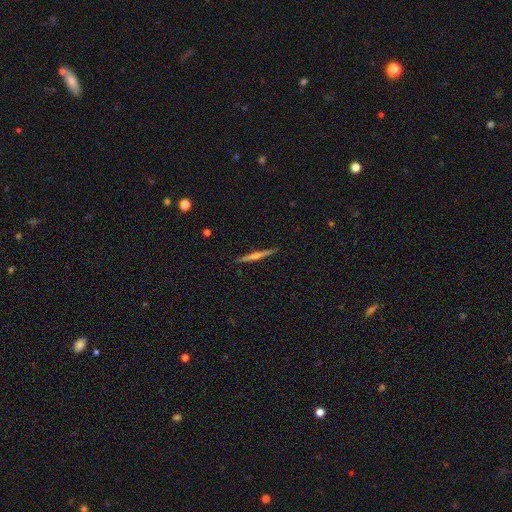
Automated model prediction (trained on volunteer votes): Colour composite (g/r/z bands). It shows a featured or disk galaxy (72%) viewed edge-on (98%) with a rounded central bulge (76%). Merging: none (92%).